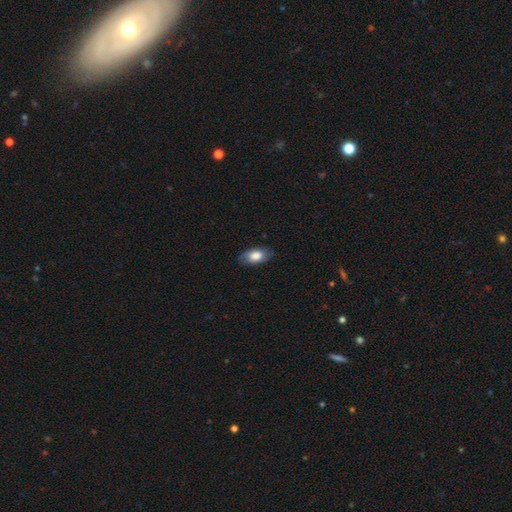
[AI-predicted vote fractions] Smooth or featured? smooth (74%)
How rounded? in between (91%)
Merging? none (82%)